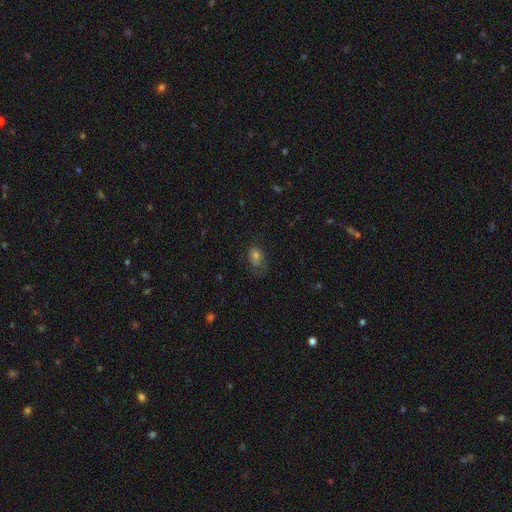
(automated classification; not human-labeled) This is possibly a smooth galaxy (59%). How rounded: likely in between (78%). Merging: possibly none (51%).